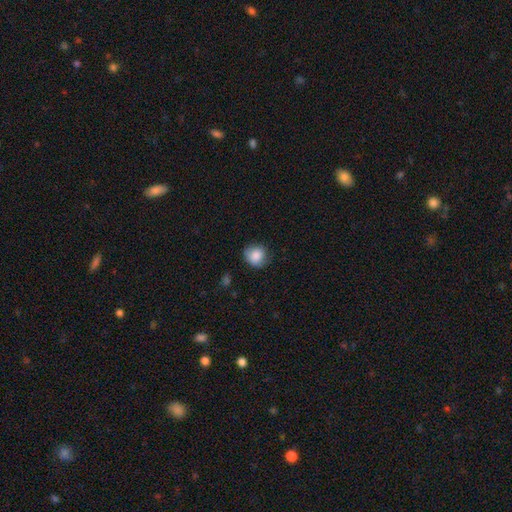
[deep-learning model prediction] This is clearly a smooth galaxy (87%). How rounded: clearly round (83%). Merging: likely none (73%).